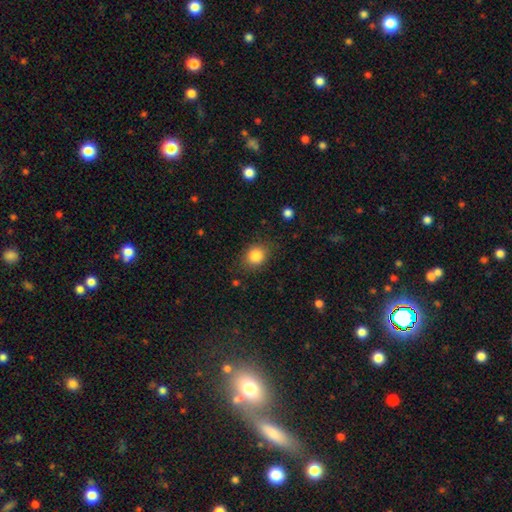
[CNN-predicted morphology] smooth-or-featured: smooth: 85% | star or artifact: 10% | featured or disk: 5%
  how-rounded: round: 65% | in between: 34% | cigar-shaped: 1%
  merging: none: 83% | minor disturbance: 12% | major disturbance: 4% | merger: 1%